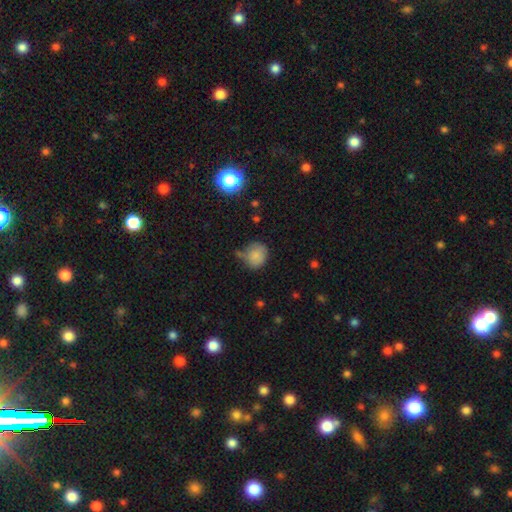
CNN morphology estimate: smooth 81%, star or artifact 10%, featured or disk 9%. Down the decision tree: how rounded — round (78%); merging — none (56%).